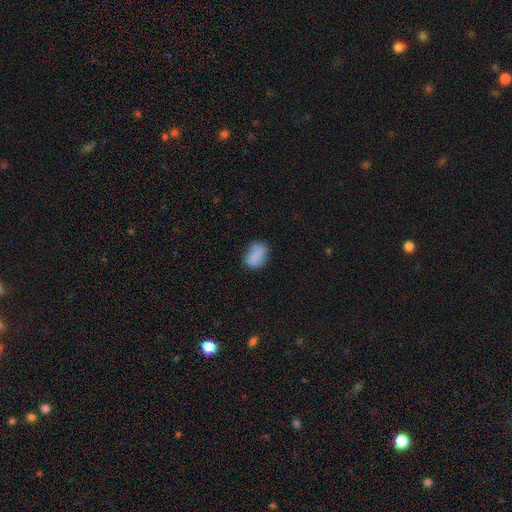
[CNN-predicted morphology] Smooth or featured?
  - smooth: 81% *
  - featured or disk: 11%
  - star or artifact: 8%
How rounded?
  - in between: 71% *
  - round: 27%
  - cigar-shaped: 2%
Merging?
  - none: 67% *
  - minor disturbance: 24%
  - major disturbance: 6%
  - merger: 3%